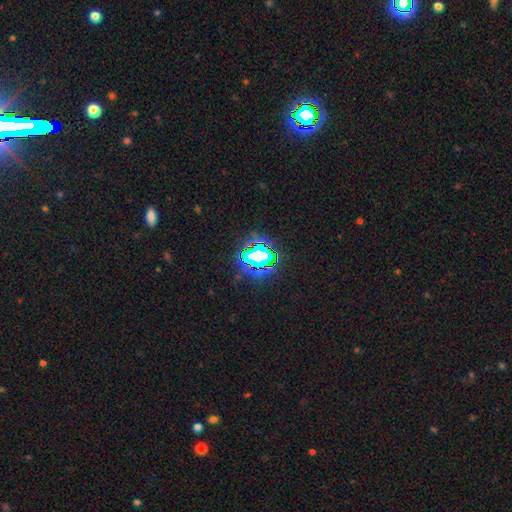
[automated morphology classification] This appears to be a star or artifact, not a galaxy (66%).